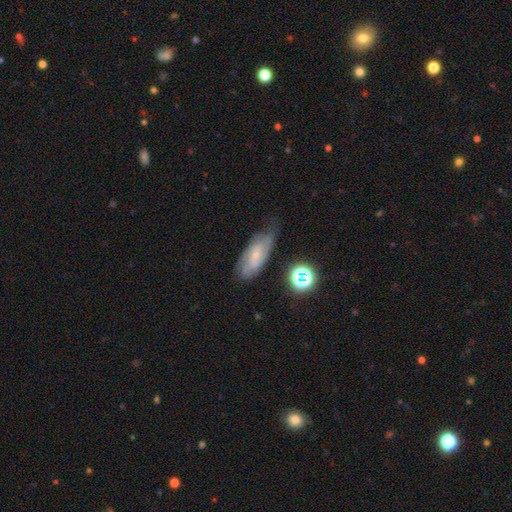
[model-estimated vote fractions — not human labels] Smooth or featured? Predicted: featured or disk (p=0.63). Edge-on disk? Predicted: no (p=0.89). Bar? Predicted: no (p=0.54). Spiral arms? Predicted: yes (p=0.88). Bulge size? Predicted: small (p=0.71). Merging? Predicted: none (p=0.60).